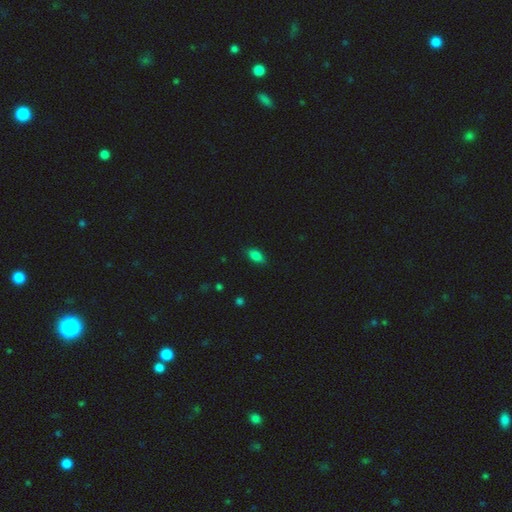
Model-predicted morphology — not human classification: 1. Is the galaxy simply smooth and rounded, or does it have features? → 84% smooth, 11% star or artifact, 5% featured or disk.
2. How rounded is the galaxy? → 90% in between, 6% round, 5% cigar-shaped.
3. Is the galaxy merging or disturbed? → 86% none, 11% minor disturbance, 2% major disturbance, 1% merger.